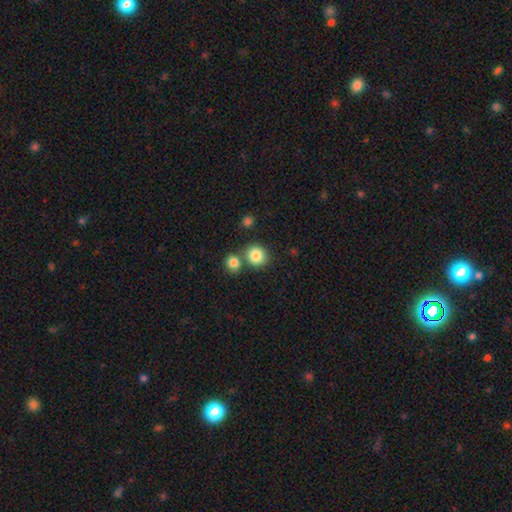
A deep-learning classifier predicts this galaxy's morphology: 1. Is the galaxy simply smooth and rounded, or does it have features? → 85% smooth, 9% star or artifact, 6% featured or disk.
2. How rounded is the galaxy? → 85% round, 14% in between, 1% cigar-shaped.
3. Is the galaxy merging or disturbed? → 66% none, 23% merger, 8% minor disturbance, 3% major disturbance.